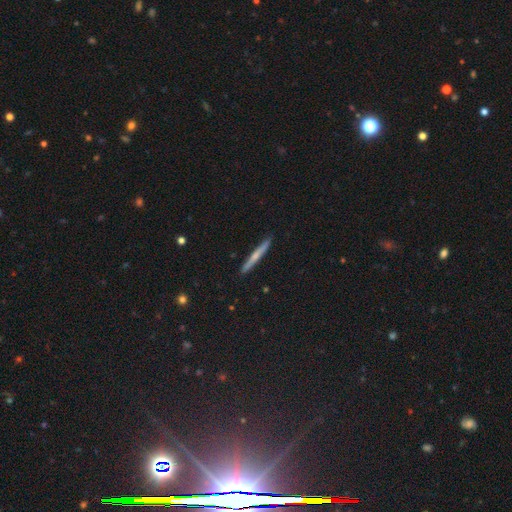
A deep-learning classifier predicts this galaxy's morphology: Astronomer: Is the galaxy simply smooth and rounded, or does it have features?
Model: featured or disk — 49% (runner-up: smooth, 45%).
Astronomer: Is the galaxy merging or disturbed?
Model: none — 91%.